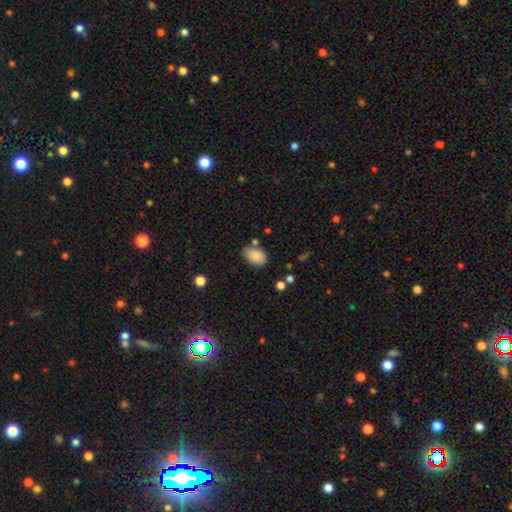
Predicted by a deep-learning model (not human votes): The model was most divided on "merging": none: 67%, minor disturbance: 22%, merger: 7%, major disturbance: 5%. More confident: how rounded — in between (87%); smooth or featured — smooth (86%).